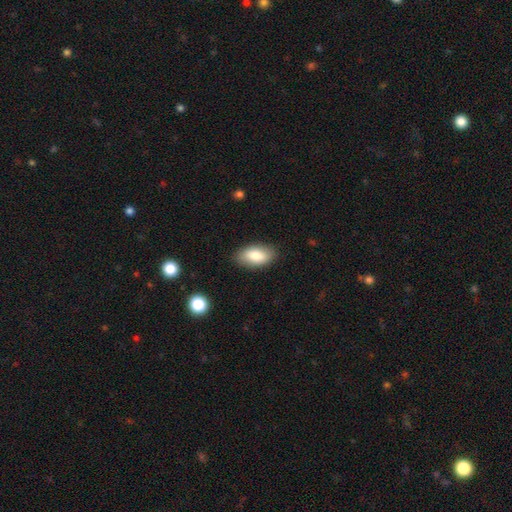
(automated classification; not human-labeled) The model was most divided on "smooth or featured": smooth: 82%, featured or disk: 12%, star or artifact: 7%. More confident: how rounded — in between (94%); merging — none (85%).